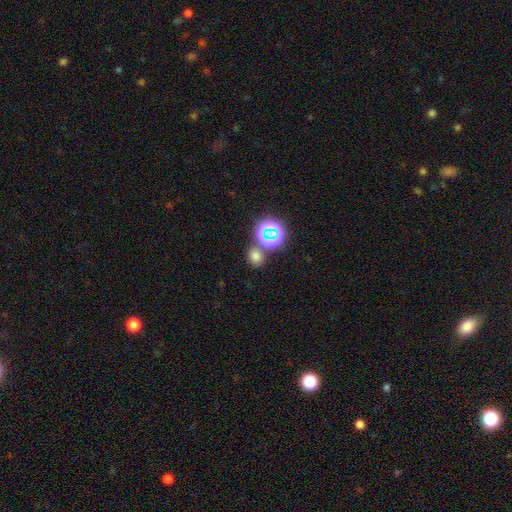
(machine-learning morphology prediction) Overall: smooth (66%; star or artifact 27%). How rounded: round (71%). Merging: none (73%).